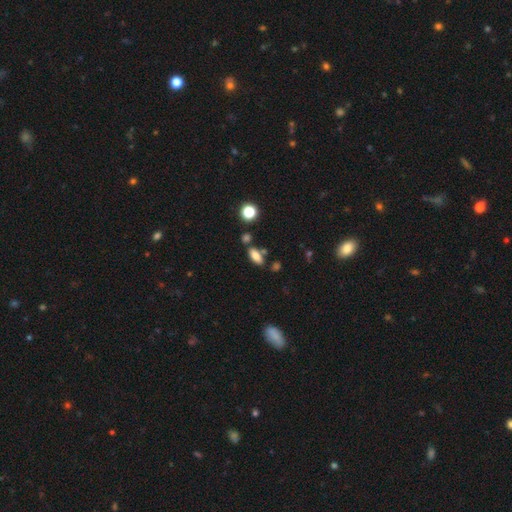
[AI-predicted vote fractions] Smooth or featured? smooth (80%)
How rounded? in between (82%)
Merging? none (70%)